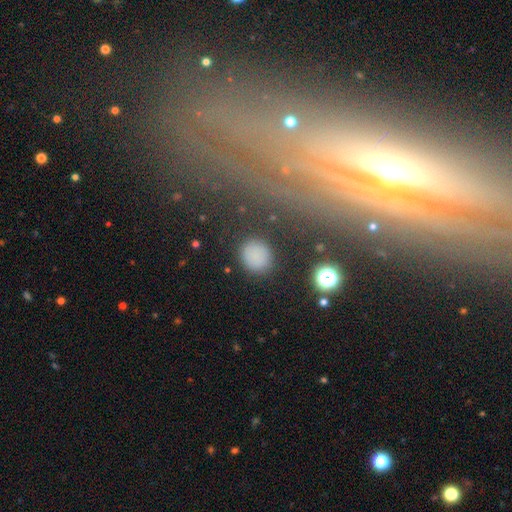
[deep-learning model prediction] Q: Smooth or featured?
A: smooth (80%); runner-up: star or artifact (13%)
Q: How rounded?
A: round (79%); runner-up: in between (20%)
Q: Merging?
A: none (85%); runner-up: minor disturbance (10%)